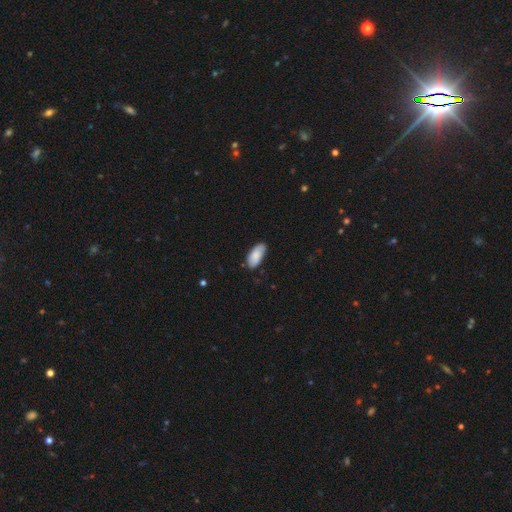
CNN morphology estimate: The model was most divided on "merging": none: 79%, minor disturbance: 17%, major disturbance: 3%, merger: 1%. More confident: how rounded — in between (92%); smooth or featured — smooth (86%).